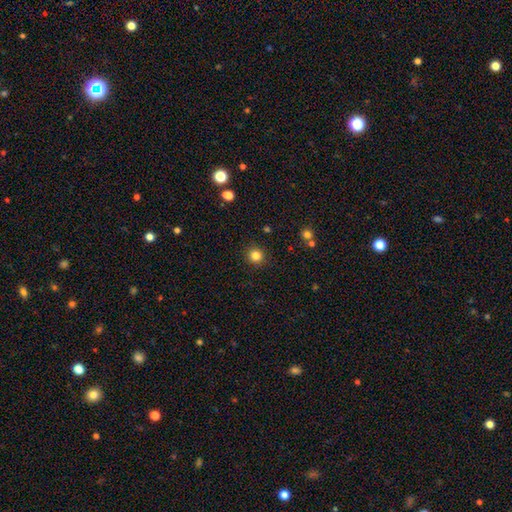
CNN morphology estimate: Smooth or featured? smooth (83%)
How rounded? round (94%)
Merging? none (91%)